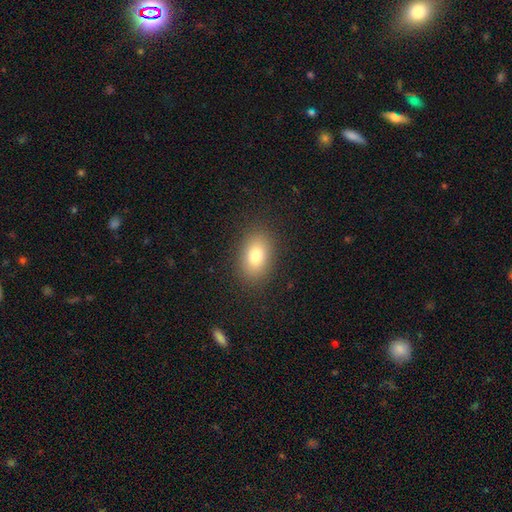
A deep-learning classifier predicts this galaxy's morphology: A smooth galaxy with no disk features (79%) that is in between round and cigar-shaped (81%). Merging: none (87%).